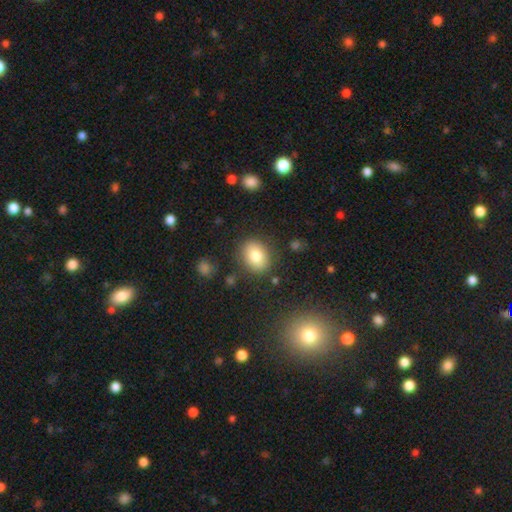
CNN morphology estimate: This appears to be a smooth galaxy with no disk features (79%) that is round (50%). Merging: none (82%).